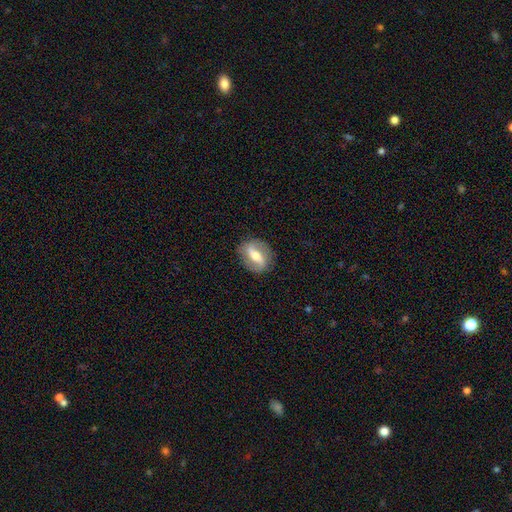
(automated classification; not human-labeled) featured or disk 70%, smooth 24%, star or artifact 6%. Down the decision tree: edge-on disk — no (91%); bar — strong (54%); spiral arms — yes (75%); bulge size — moderate (66%); merging — none (85%).